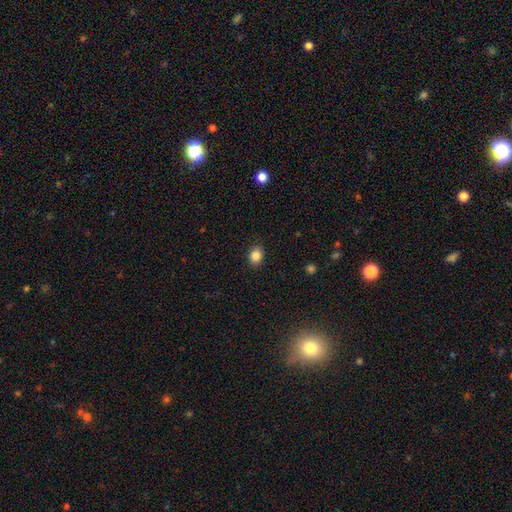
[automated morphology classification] Smooth or featured? Predicted: smooth (p=0.86). How rounded? Predicted: in between (p=0.55). Merging? Predicted: none (p=0.88).